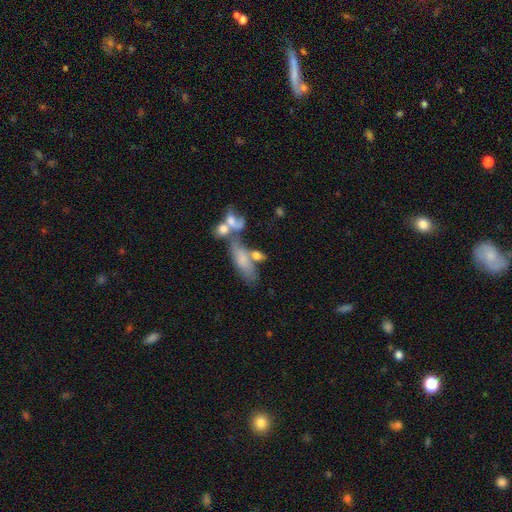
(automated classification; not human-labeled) A smooth galaxy with no disk features (63%) that is in between round and cigar-shaped (62%).

Vote fractions:
- Smooth or featured? smooth: 63% / featured or disk: 28% / star or artifact: 9%
- How rounded? in between: 62% / cigar-shaped: 32% / round: 6%
- Merging? merger: 46% / none: 29% / minor disturbance: 14% / major disturbance: 12%